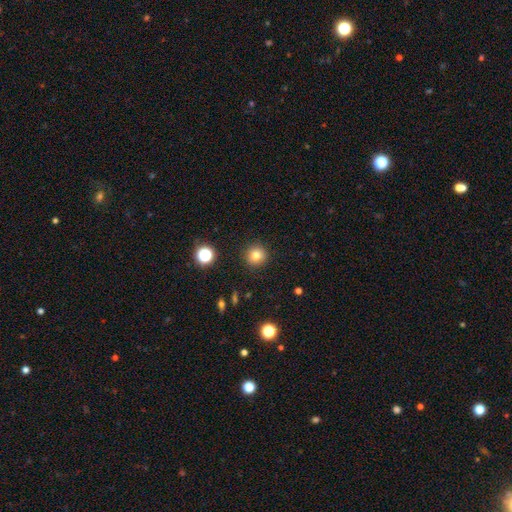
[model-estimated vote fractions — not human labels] This appears to be a smooth galaxy with no disk features (78%) that is round (95%). Merging: none (91%).